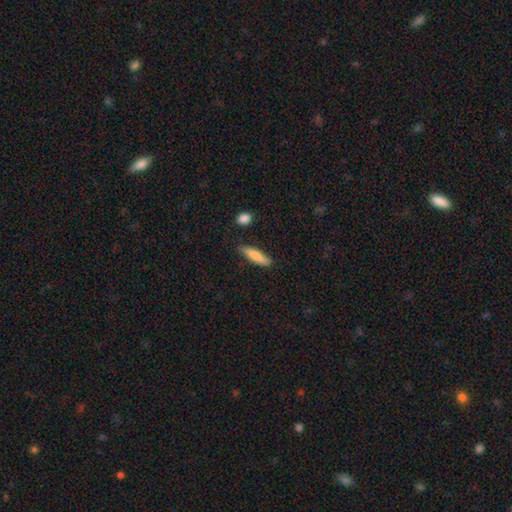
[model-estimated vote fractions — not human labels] Smooth or featured: smooth — 80% (featured or disk — 14%)
How rounded: cigar-shaped — 77% (in between — 21%)
Merging: none — 83% (minor disturbance — 12%)